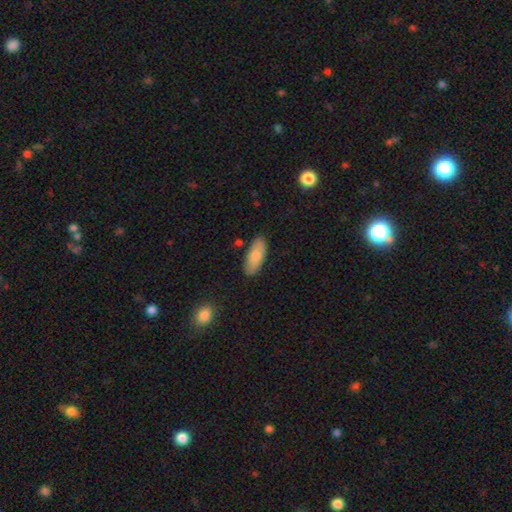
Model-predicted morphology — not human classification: Q: Smooth or featured?
A: smooth (81%); runner-up: featured or disk (13%)
Q: How rounded?
A: in between (79%); runner-up: cigar-shaped (19%)
Q: Merging?
A: none (84%); runner-up: minor disturbance (12%)